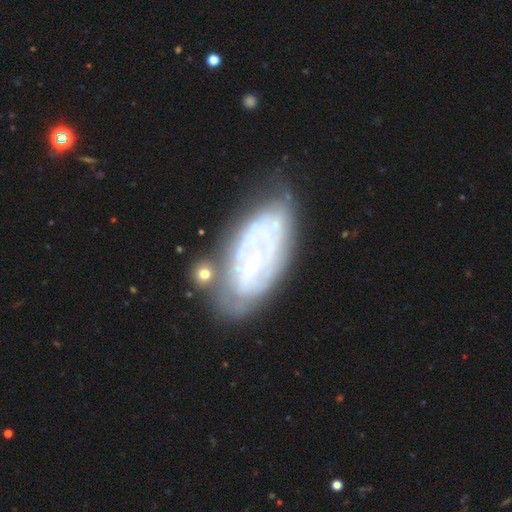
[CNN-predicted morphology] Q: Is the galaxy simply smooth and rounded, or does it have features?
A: featured or disk — 75%.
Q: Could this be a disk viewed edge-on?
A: no — 93%.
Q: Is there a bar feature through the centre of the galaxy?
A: no — 51%.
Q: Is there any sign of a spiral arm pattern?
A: yes — 69%.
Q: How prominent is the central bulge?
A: small — 67%.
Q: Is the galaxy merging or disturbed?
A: none — 53%.